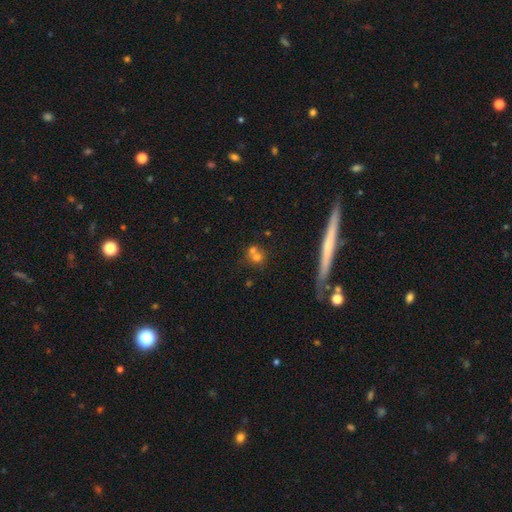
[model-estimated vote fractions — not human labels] The model was most divided on "merging": merger: 46%, none: 43%, minor disturbance: 8%, major disturbance: 4%. More confident: how rounded — round (83%); smooth or featured — smooth (64%).